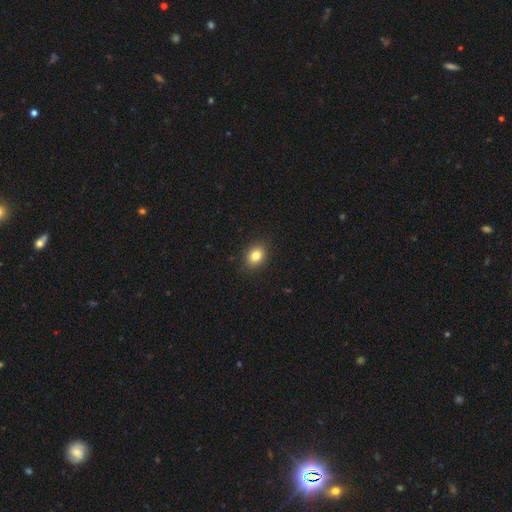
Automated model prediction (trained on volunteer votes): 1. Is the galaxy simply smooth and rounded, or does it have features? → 83% smooth, 10% star or artifact, 7% featured or disk.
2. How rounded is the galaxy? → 58% in between, 41% round, 1% cigar-shaped.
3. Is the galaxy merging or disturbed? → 89% none, 8% minor disturbance, 2% major disturbance, 1% merger.